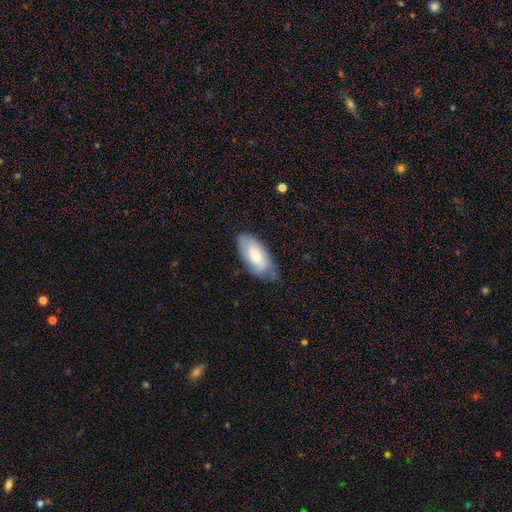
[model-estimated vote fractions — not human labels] A smooth galaxy with no disk features (66%) that is in between round and cigar-shaped (90%).

Vote fractions:
- Smooth or featured? smooth: 66% / featured or disk: 29% / star or artifact: 6%
- How rounded? in between: 90% / cigar-shaped: 8% / round: 2%
- Merging? none: 66% / minor disturbance: 27% / major disturbance: 6% / merger: 1%